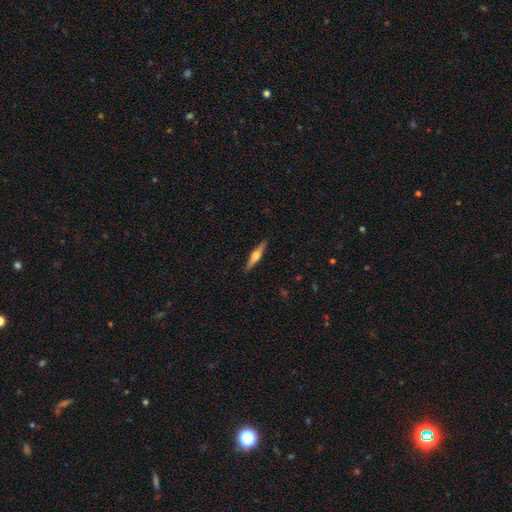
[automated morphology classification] This appears to be a featured or disk galaxy (64%) viewed edge-on (97%) with a rounded central bulge (92%). Merging: none (91%).